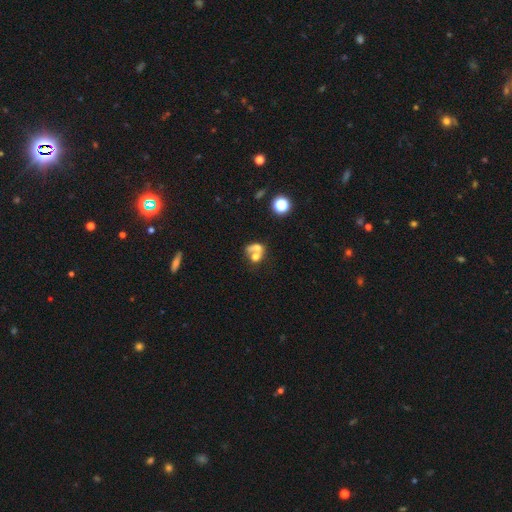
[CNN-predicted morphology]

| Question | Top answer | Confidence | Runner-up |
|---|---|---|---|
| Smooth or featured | smooth | 57% | featured or disk (29%) |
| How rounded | round | 53% | in between (45%) |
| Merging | merger | 67% | none (20%) |